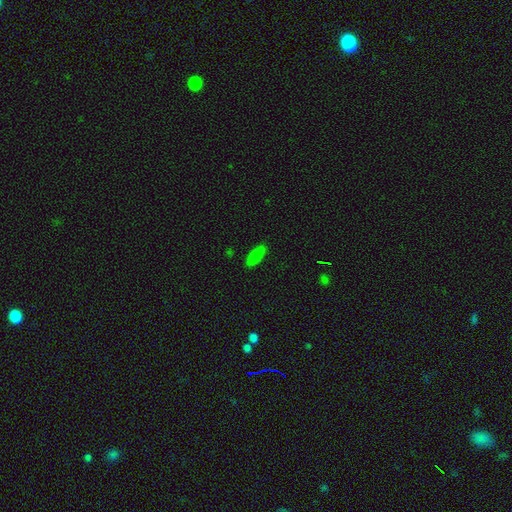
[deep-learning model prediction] Q: Smooth or featured?
A: smooth (85%); runner-up: star or artifact (9%)
Q: How rounded?
A: in between (54%); runner-up: cigar-shaped (43%)
Q: Merging?
A: none (88%); runner-up: minor disturbance (9%)